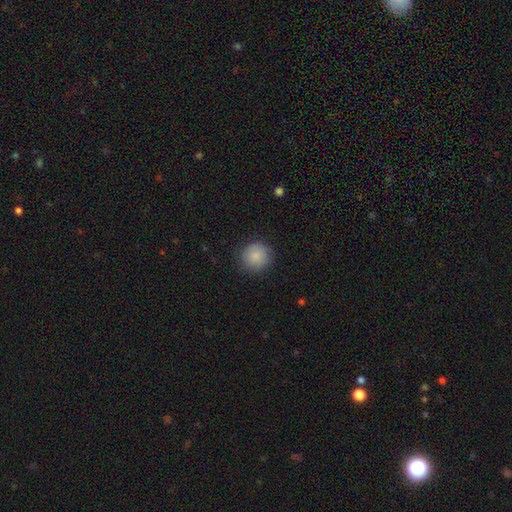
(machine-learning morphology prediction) smooth 88%, star or artifact 8%, featured or disk 4%. Down the decision tree: how rounded — round (93%); merging — none (88%).